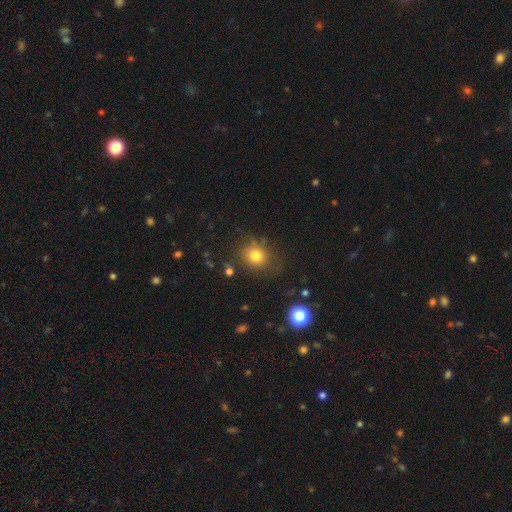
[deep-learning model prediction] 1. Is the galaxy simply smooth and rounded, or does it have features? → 78% smooth, 13% star or artifact, 9% featured or disk.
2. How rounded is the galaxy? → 72% round, 27% in between, 1% cigar-shaped.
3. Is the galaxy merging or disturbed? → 77% none, 14% minor disturbance, 6% major disturbance, 3% merger.